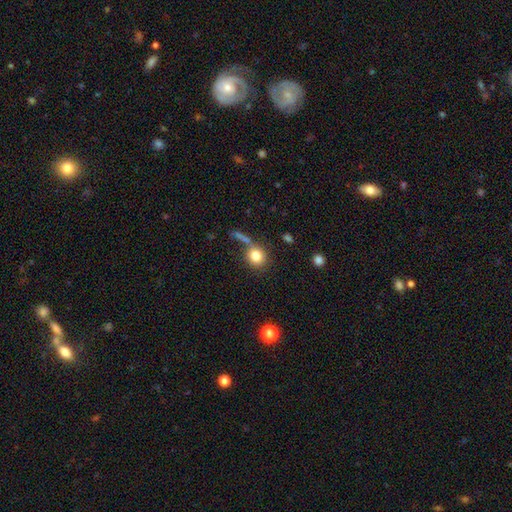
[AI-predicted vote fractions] Smooth or featured? Predicted: smooth (p=0.82). How rounded? Predicted: round (p=0.84). Merging? Predicted: none (p=0.64).